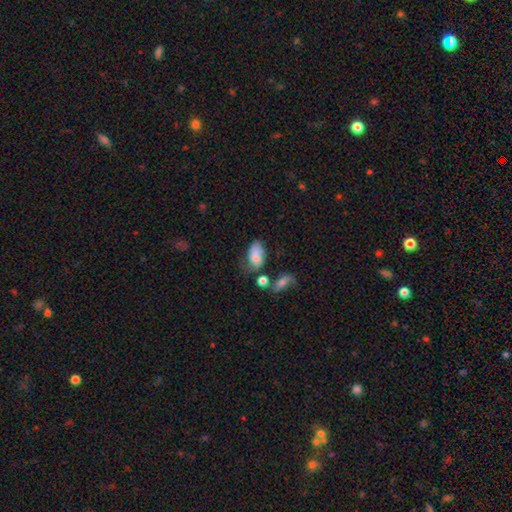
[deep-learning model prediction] smooth-or-featured: smooth: 66% | featured or disk: 24% | star or artifact: 10%
  how-rounded: in between: 89% | round: 9% | cigar-shaped: 2%
  merging: none: 34% | minor disturbance: 29% | major disturbance: 19% | merger: 18%